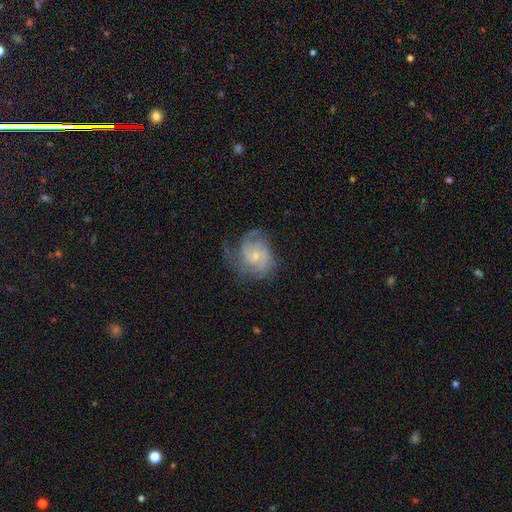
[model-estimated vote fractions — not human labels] This appears to be a featured or disk galaxy (82%) with no bar (59%), 2 (33%) medium (44%) spiral arms (95%) and a small central bulge (69%). Merging: none (58%).